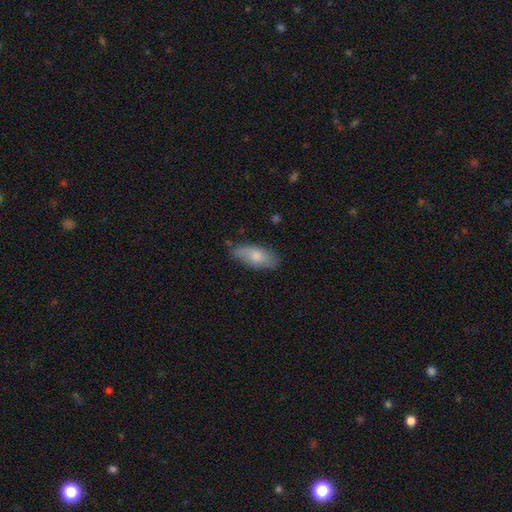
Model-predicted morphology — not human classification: Smooth or featured? Predicted: smooth (p=0.73). How rounded? Predicted: in between (p=0.82). Merging? Predicted: none (p=0.73).